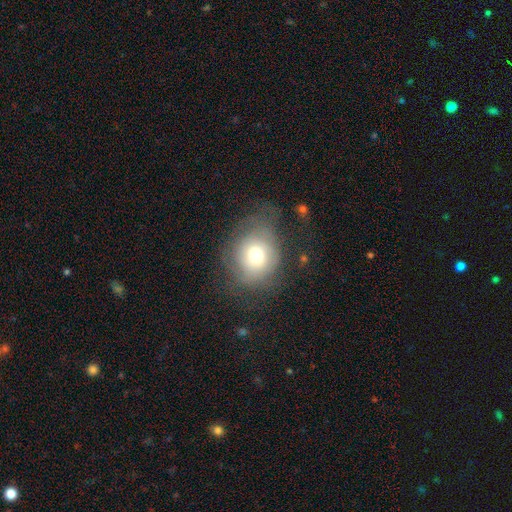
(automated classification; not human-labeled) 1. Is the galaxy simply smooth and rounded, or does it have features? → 66% smooth, 22% featured or disk, 12% star or artifact.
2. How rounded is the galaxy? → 74% round, 25% in between, 1% cigar-shaped.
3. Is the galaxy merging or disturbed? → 52% none, 25% minor disturbance, 21% major disturbance, 2% merger.